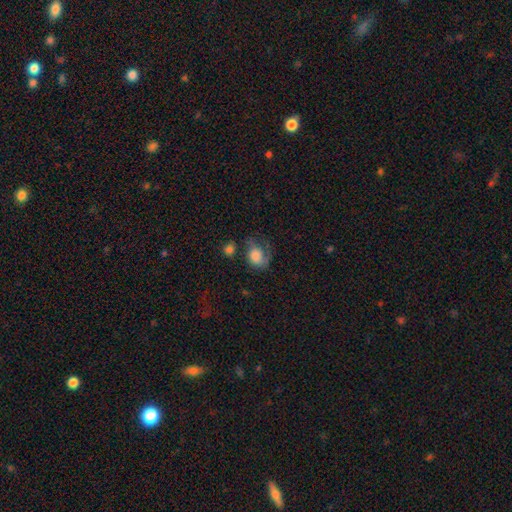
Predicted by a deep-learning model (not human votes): Smooth or featured: smooth — 65% (featured or disk — 26%)
How rounded: in between — 50% (round — 48%)
Merging: major disturbance — 33% (none — 32%)